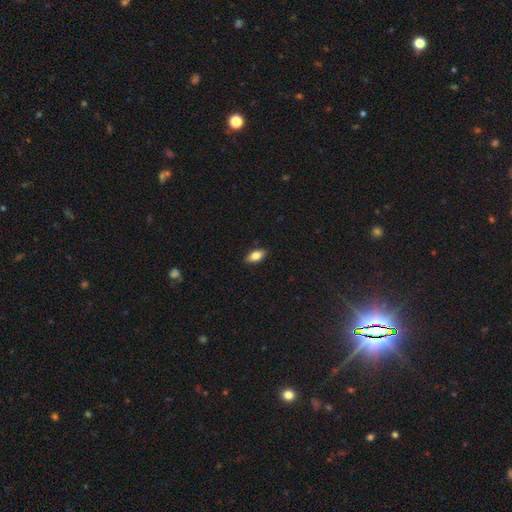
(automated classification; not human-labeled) The model was most divided on "smooth or featured": smooth: 80%, featured or disk: 13%, star or artifact: 7%. More confident: merging — none (89%); how rounded — in between (88%).